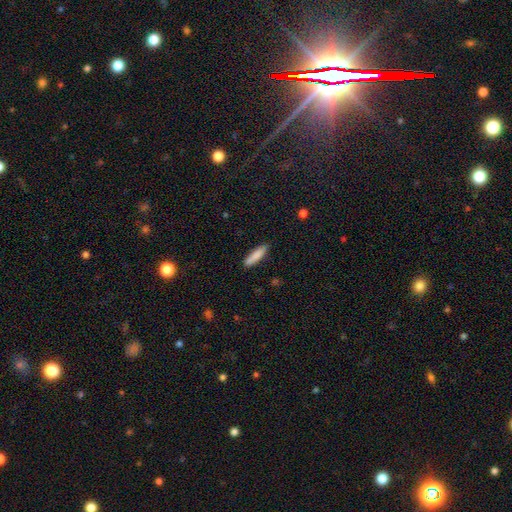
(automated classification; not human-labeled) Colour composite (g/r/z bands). It shows a smooth galaxy with no disk features (85%) that is cigar-shaped (76%). Merging: none (86%).